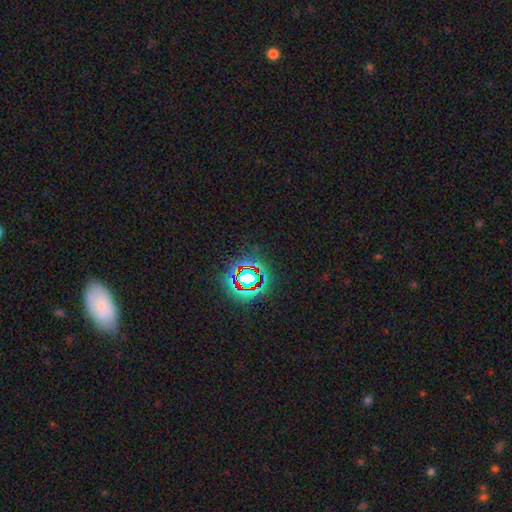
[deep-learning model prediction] Smooth or featured? Predicted: star or artifact (p=0.75).